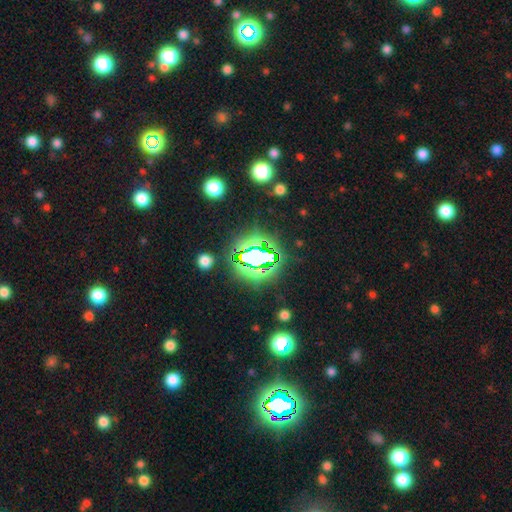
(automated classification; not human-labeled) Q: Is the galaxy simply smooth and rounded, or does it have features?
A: star or artifact — 71%.